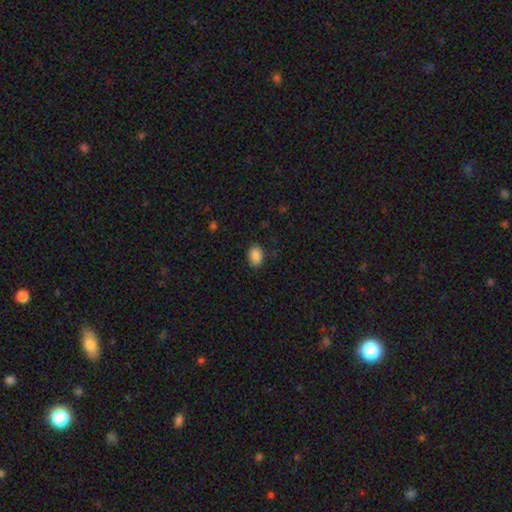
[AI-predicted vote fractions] Smooth or featured? Predicted: smooth (p=0.88). How rounded? Predicted: in between (p=0.76). Merging? Predicted: none (p=0.85).